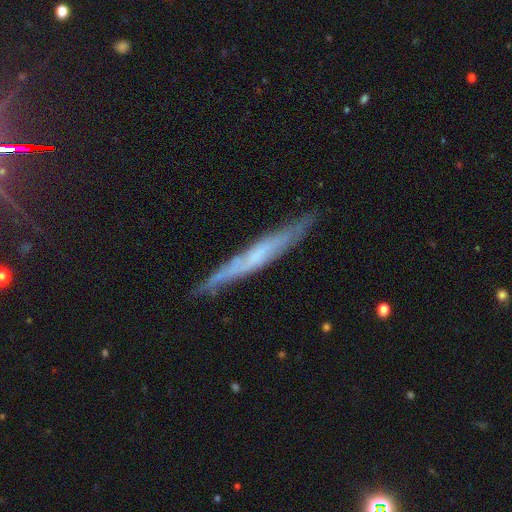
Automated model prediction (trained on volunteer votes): smooth_or_featured: featured or disk (p=0.61) [alt: smooth p=0.32]
disk_edge_on: yes (p=0.86) [alt: no p=0.14]
edge_on_bulge: none (p=0.71) [alt: rounded p=0.18]
merging: none (p=0.81) [alt: minor disturbance p=0.14]